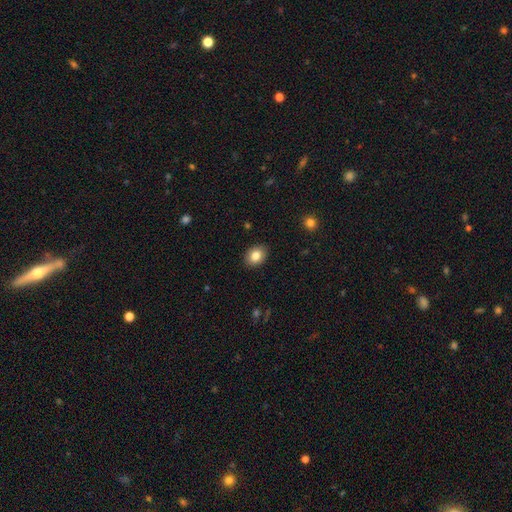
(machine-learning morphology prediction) Smooth or featured? Predicted: smooth (p=0.84). How rounded? Predicted: in between (p=0.62). Merging? Predicted: none (p=0.90).